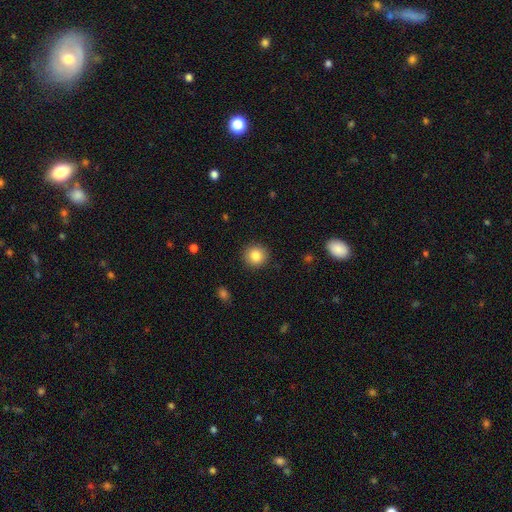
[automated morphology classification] Smooth or featured? Predicted: smooth (p=0.84). How rounded? Predicted: round (p=0.92). Merging? Predicted: none (p=0.91).